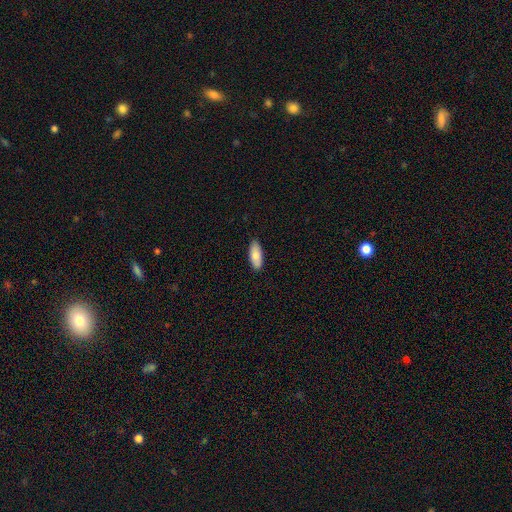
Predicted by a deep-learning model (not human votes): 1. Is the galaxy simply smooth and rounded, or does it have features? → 79% smooth, 15% featured or disk, 6% star or artifact.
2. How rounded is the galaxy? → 81% in between, 17% cigar-shaped, 2% round.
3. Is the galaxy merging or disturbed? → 88% none, 9% minor disturbance, 2% major disturbance, 1% merger.